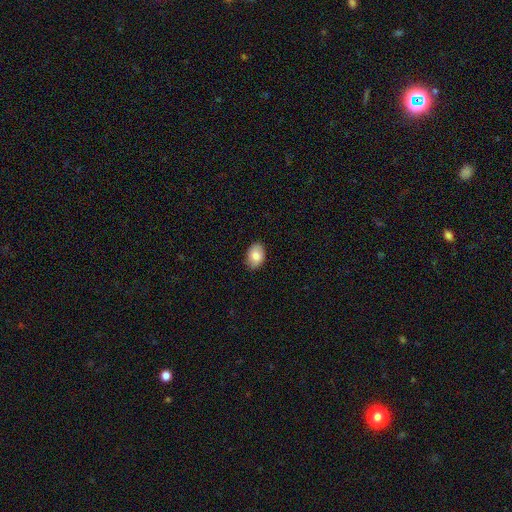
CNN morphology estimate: Smooth or featured? Predicted: smooth (p=0.82). How rounded? Predicted: in between (p=0.84). Merging? Predicted: none (p=0.87).